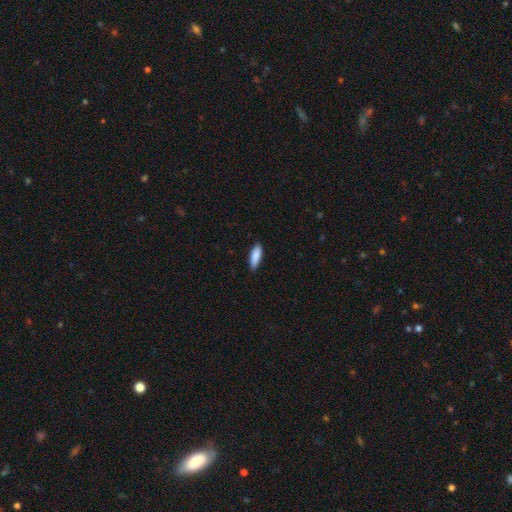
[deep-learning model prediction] Smooth or featured: smooth — 89% (featured or disk — 6%)
How rounded: in between — 62% (cigar-shaped — 36%)
Merging: none — 86% (minor disturbance — 11%)